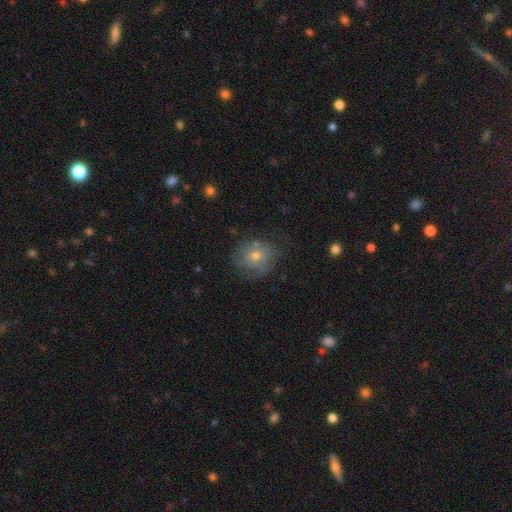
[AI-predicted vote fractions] Smooth or featured? Predicted: smooth (p=0.53). How rounded? Predicted: round (p=0.75). Merging? Predicted: none (p=0.66).